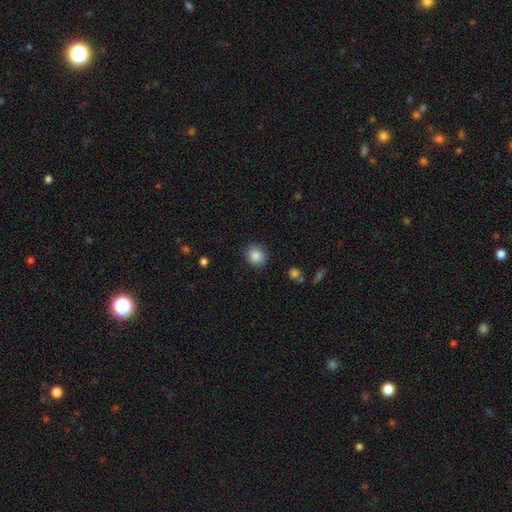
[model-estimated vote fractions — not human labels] Smooth or featured?
  - smooth: 87% *
  - star or artifact: 9%
  - featured or disk: 4%
How rounded?
  - round: 75% *
  - in between: 24%
  - cigar-shaped: 1%
Merging?
  - none: 84% *
  - minor disturbance: 11%
  - major disturbance: 3%
  - merger: 1%